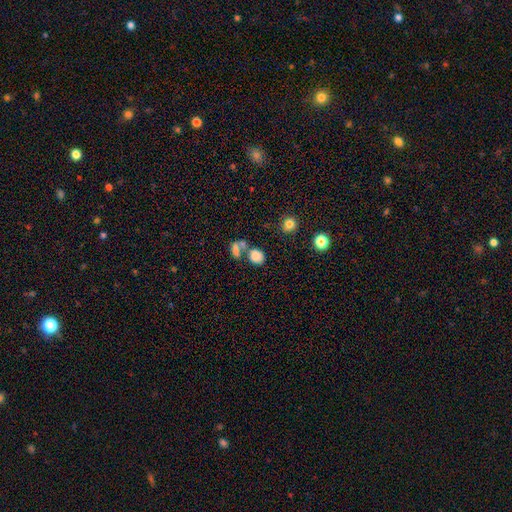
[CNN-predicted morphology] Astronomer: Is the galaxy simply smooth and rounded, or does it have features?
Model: smooth — 78%.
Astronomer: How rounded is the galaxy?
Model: in between — 58% (runner-up: round, 40%).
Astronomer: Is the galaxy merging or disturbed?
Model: merger — 46% (runner-up: none, 38%).